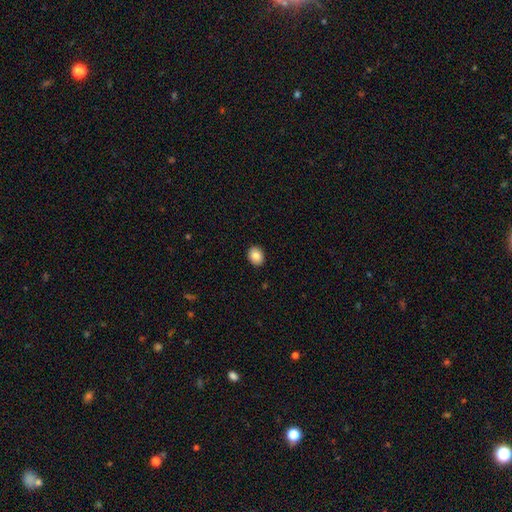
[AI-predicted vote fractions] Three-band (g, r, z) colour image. It shows a smooth galaxy with no disk features (85%) that is in between round and cigar-shaped (51%). Merging: none (91%).